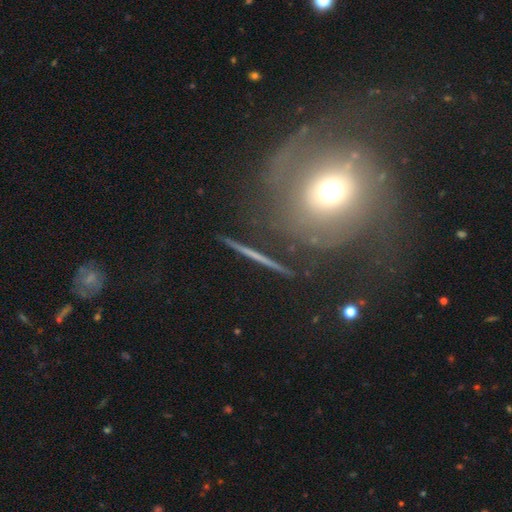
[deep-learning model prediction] A featured or disk galaxy (57%) viewed edge-on (87%).

Vote fractions:
- Smooth or featured? featured or disk: 57% / smooth: 28% / star or artifact: 15%
- Edge-on disk? yes: 87% / no: 13%
- Merging? none: 87% / minor disturbance: 8% / major disturbance: 3% / merger: 3%